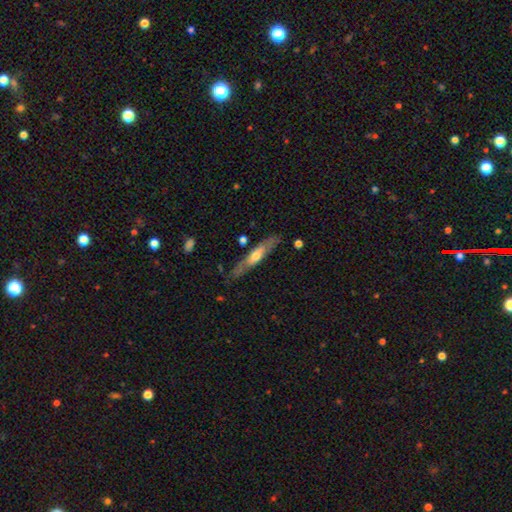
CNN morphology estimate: featured or disk 54%, smooth 40%, star or artifact 6%. Down the decision tree: edge-on disk — yes (66%); merging — none (76%).